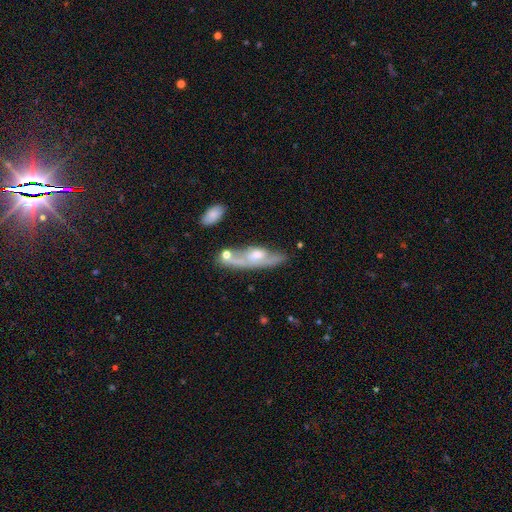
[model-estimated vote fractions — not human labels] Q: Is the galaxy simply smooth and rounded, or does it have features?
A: featured or disk — 67%.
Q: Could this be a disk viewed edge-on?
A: no — 58%.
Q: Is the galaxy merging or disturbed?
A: none — 46%.